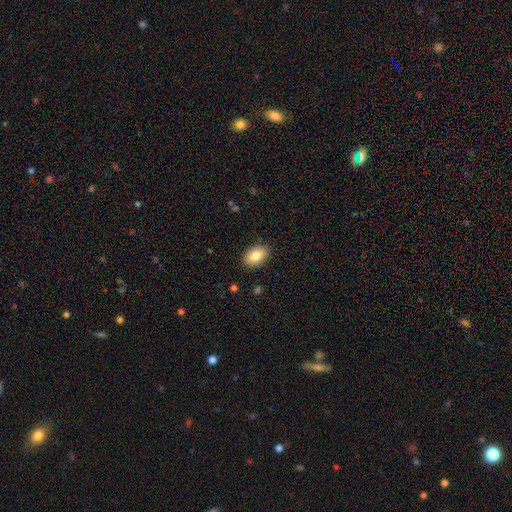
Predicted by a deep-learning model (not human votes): Smooth or featured?
  - smooth: 83% *
  - featured or disk: 9%
  - star or artifact: 7%
How rounded?
  - in between: 88% *
  - round: 11%
  - cigar-shaped: 1%
Merging?
  - none: 86% *
  - minor disturbance: 10%
  - major disturbance: 2%
  - merger: 1%